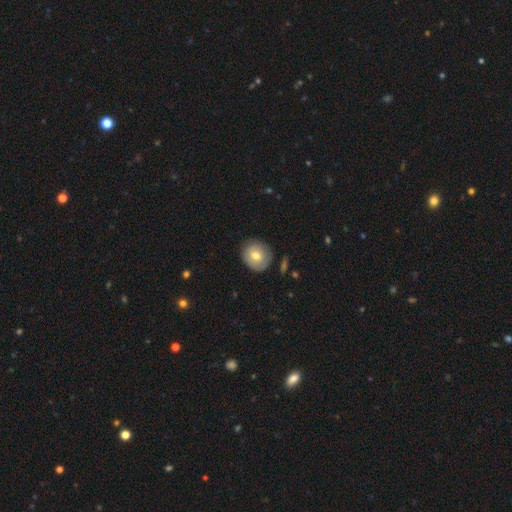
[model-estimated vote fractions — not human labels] A smooth galaxy with no disk features (67%) that is round (87%).

Vote fractions:
- Smooth or featured? smooth: 67% / featured or disk: 26% / star or artifact: 7%
- How rounded? round: 87% / in between: 12% / cigar-shaped: 1%
- Merging? none: 81% / minor disturbance: 15% / major disturbance: 3% / merger: 2%